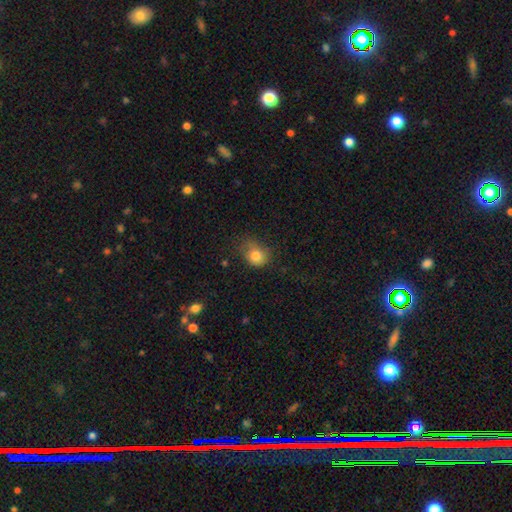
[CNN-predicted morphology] smooth_or_featured: smooth (p=0.79) [alt: star or artifact p=0.11]
how_rounded: round (p=0.59) [alt: in between p=0.41]
merging: none (p=0.49) [alt: minor disturbance p=0.34]